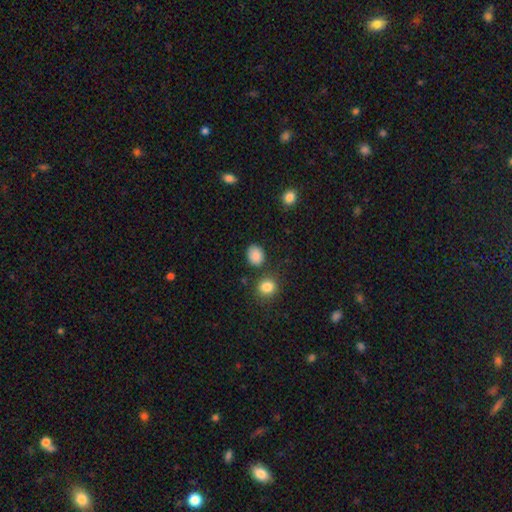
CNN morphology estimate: This appears to be a smooth galaxy with no disk features (86%) that is round (54%). Merging: none (79%).